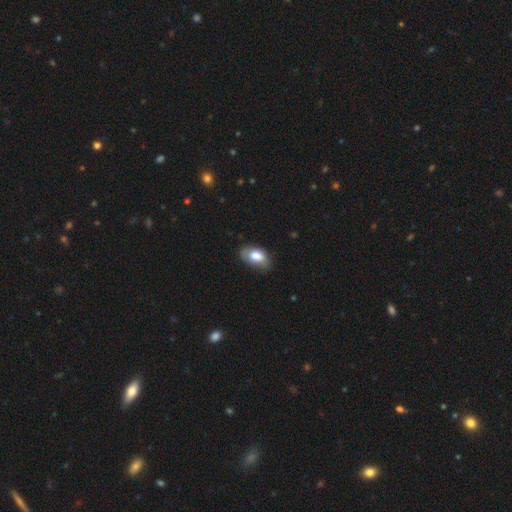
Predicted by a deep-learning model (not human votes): smooth_or_featured: smooth (p=0.77) [alt: featured or disk p=0.17]
how_rounded: in between (p=0.92) [alt: round p=0.07]
merging: none (p=0.72) [alt: minor disturbance p=0.22]